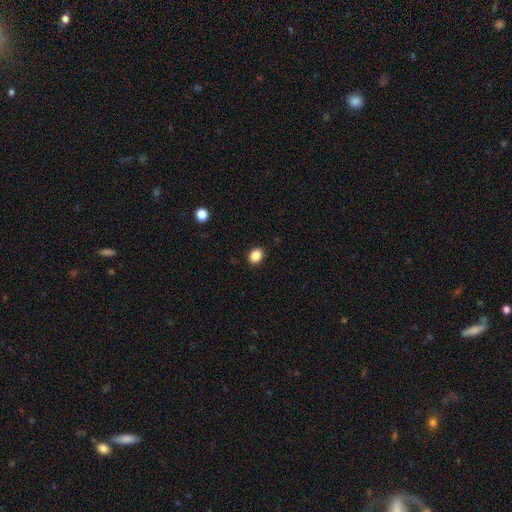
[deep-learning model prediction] A smooth galaxy with no disk features (87%) that is round (52%).

Vote fractions:
- Smooth or featured? smooth: 87% / star or artifact: 10% / featured or disk: 3%
- How rounded? round: 52% / in between: 47% / cigar-shaped: 1%
- Merging? none: 90% / minor disturbance: 7% / major disturbance: 2% / merger: 1%